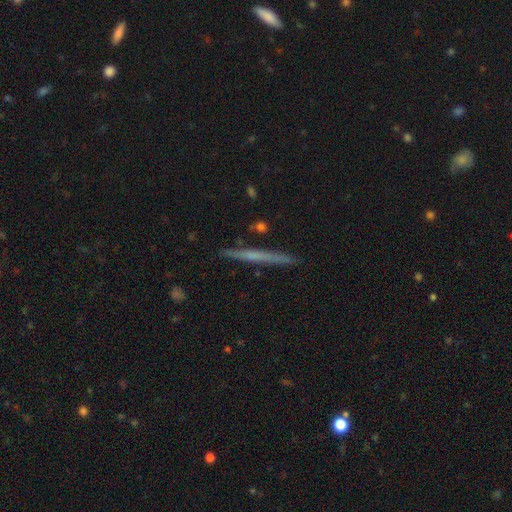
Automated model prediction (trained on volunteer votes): smooth-or-featured: featured or disk: 51% | smooth: 42% | star or artifact: 7%
  disk-edge-on: yes: 97% | no: 3%
  merging: none: 89% | minor disturbance: 8% | merger: 2% | major disturbance: 2%